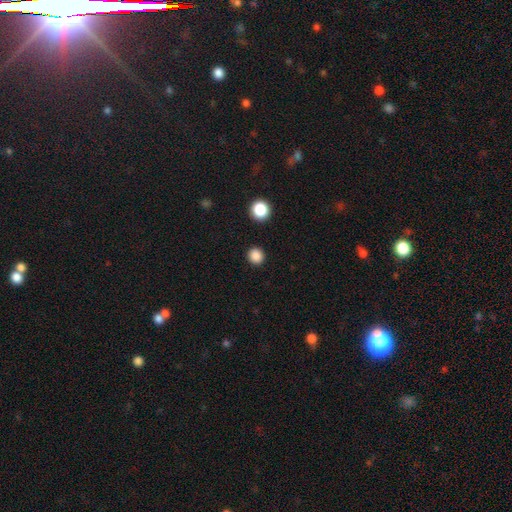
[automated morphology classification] Smooth or featured?
  - smooth: 85% *
  - star or artifact: 12%
  - featured or disk: 3%
How rounded?
  - round: 92% *
  - in between: 7%
  - cigar-shaped: 1%
Merging?
  - none: 92% *
  - minor disturbance: 5%
  - major disturbance: 2%
  - merger: 2%